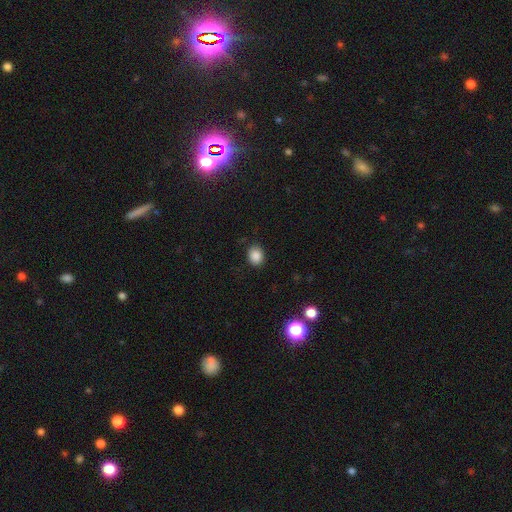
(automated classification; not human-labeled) Smooth or featured?
  - smooth: 86% *
  - star or artifact: 10%
  - featured or disk: 4%
How rounded?
  - round: 57% *
  - in between: 42%
  - cigar-shaped: 1%
Merging?
  - none: 84% *
  - minor disturbance: 12%
  - major disturbance: 3%
  - merger: 1%